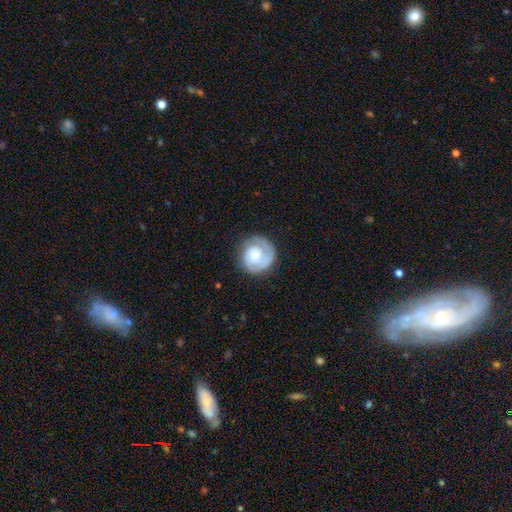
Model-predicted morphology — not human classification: smooth_or_featured: featured or disk (p=0.68) [alt: smooth p=0.27]
disk_edge_on: no (p=0.98) [alt: yes p=0.02]
bar: no (p=0.76) [alt: weak p=0.21]
has_spiral_arms: yes (p=0.92) [alt: no p=0.08]
spiral_winding: tight (p=0.66) [alt: medium p=0.25]
spiral_arm_count: 1 (p=0.55) [alt: 2 p=0.24]
bulge_size: moderate (p=0.40) [alt: small p=0.39]
merging: none (p=0.76) [alt: minor disturbance p=0.15]